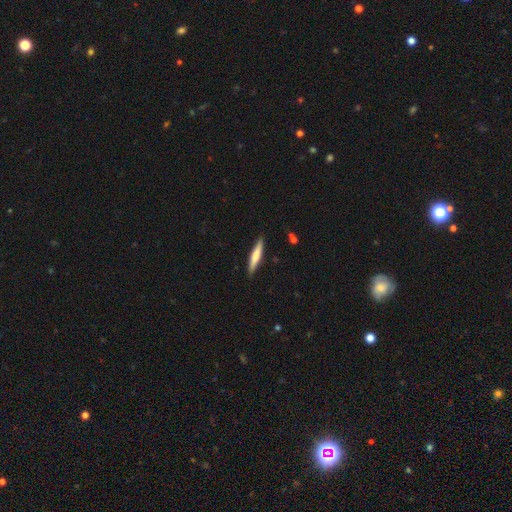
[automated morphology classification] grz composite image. It shows a smooth galaxy with no disk features (63%) that is cigar-shaped (90%). Merging: none (88%).